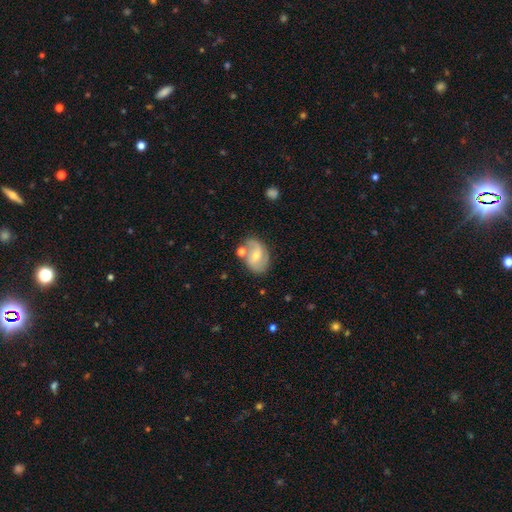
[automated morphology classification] This appears to be a featured or disk galaxy (67%) with a weak bar (50%), 2 (79%) medium (47%) spiral arms (87%) and a small central bulge (52%). Merging: none (62%).